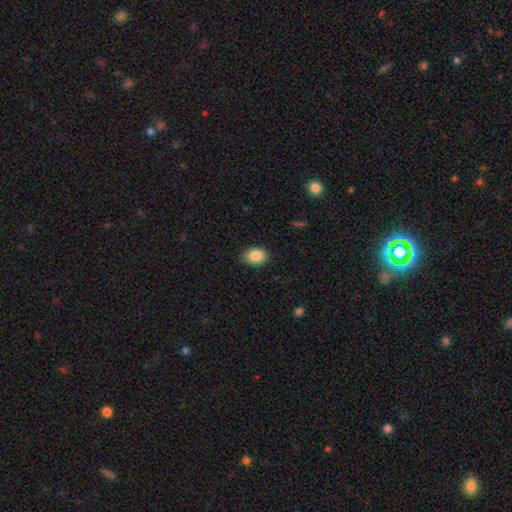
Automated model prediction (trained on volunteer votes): Smooth or featured?
  - smooth: 87% *
  - star or artifact: 8%
  - featured or disk: 5%
How rounded?
  - in between: 66% *
  - round: 33%
  - cigar-shaped: 1%
Merging?
  - none: 86% *
  - minor disturbance: 10%
  - major disturbance: 2%
  - merger: 1%